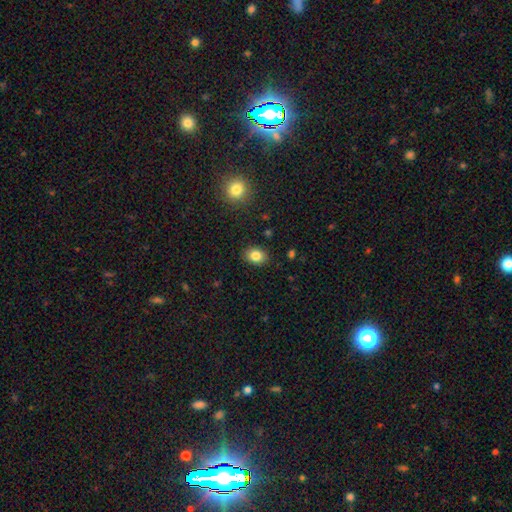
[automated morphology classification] smooth-or-featured: smooth: 83% | star or artifact: 10% | featured or disk: 7%
  how-rounded: in between: 60% | round: 39% | cigar-shaped: 1%
  merging: none: 88% | minor disturbance: 9% | major disturbance: 2% | merger: 1%